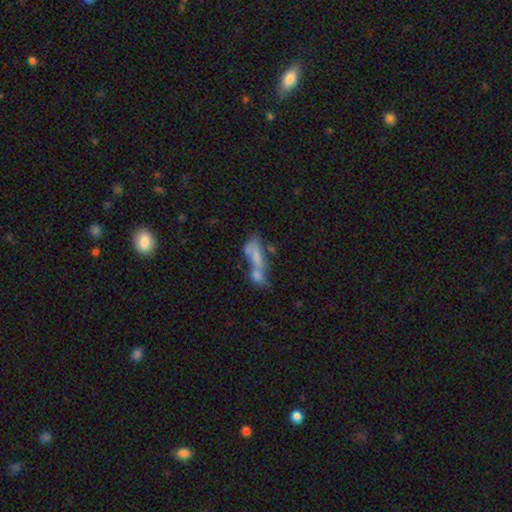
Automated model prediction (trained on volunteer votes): Overall: smooth (59%; featured or disk 29%). How rounded: in between (64%; cigar-shaped 29%). Merging: merger (64%).